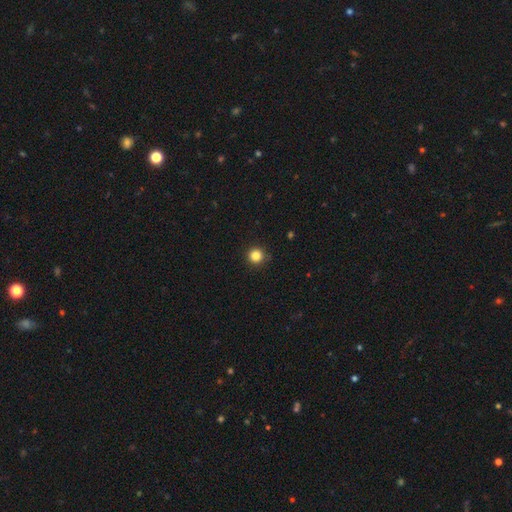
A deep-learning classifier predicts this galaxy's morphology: This is clearly a smooth galaxy (84%). How rounded: clearly round (96%). Merging: clearly none (91%).